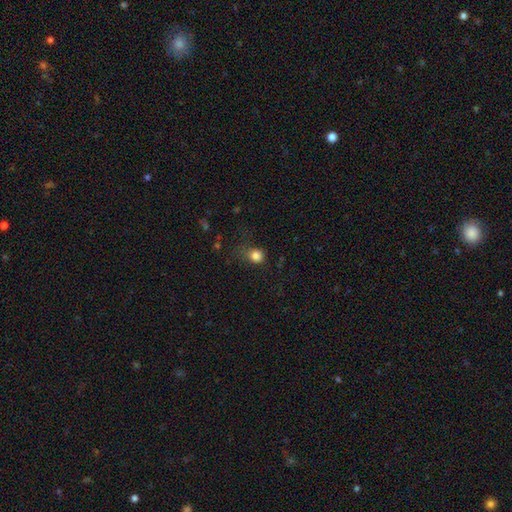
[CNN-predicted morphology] This appears to be a smooth galaxy with no disk features (83%) that is round (75%). Merging: none (57%).